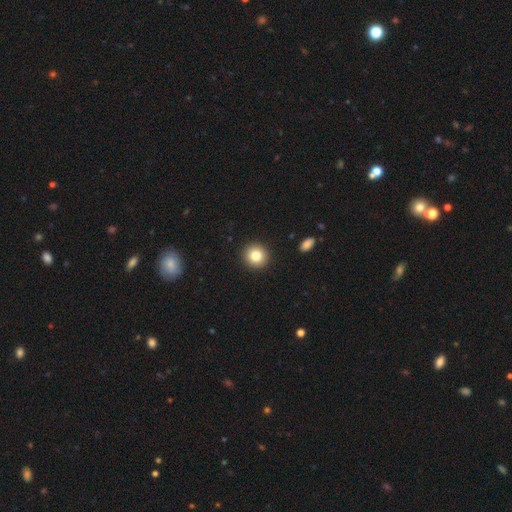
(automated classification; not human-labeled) Smooth or featured? Predicted: smooth (p=0.82). How rounded? Predicted: round (p=0.93). Merging? Predicted: none (p=0.92).